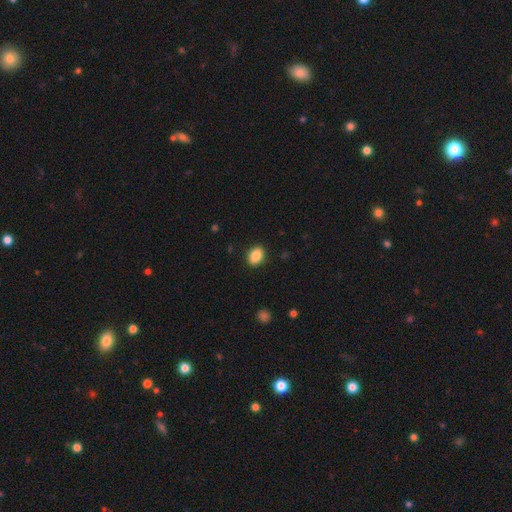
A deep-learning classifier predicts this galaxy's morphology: smooth_or_featured: smooth (p=0.88) [alt: star or artifact p=0.08]
how_rounded: in between (p=0.77) [alt: round p=0.22]
merging: none (p=0.89) [alt: minor disturbance p=0.08]